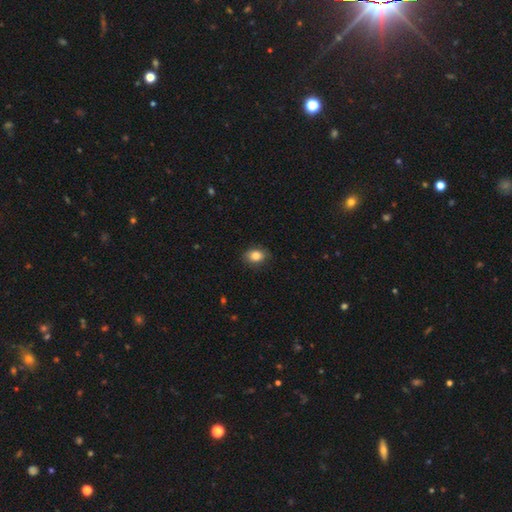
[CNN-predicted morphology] Smooth or featured? smooth (84%)
How rounded? in between (68%)
Merging? none (83%)